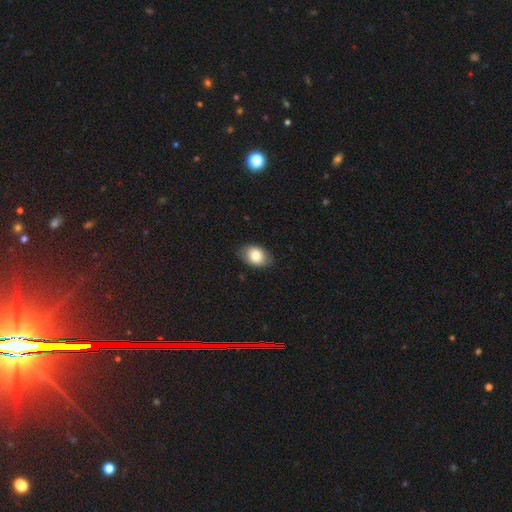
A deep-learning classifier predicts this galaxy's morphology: type=smooth (80%); roundness=in between (82%); merging=none (82%).